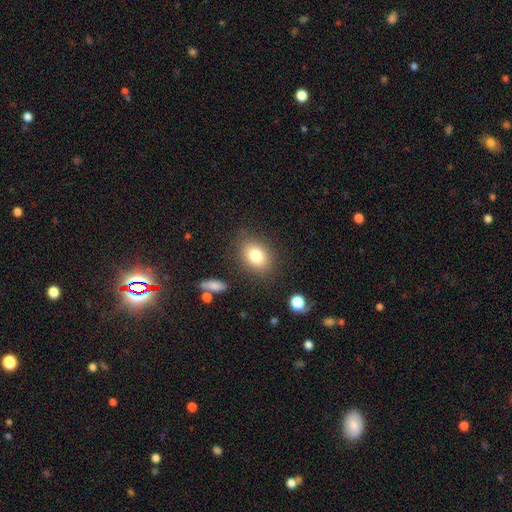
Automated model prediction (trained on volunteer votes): smooth 80%, featured or disk 10%, star or artifact 10%. Down the decision tree: how rounded — in between (70%); merging — none (82%).